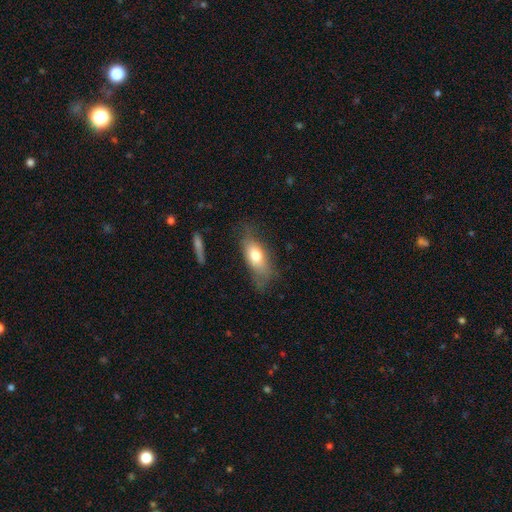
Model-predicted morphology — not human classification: This appears to be a smooth galaxy with no disk features (70%) that is in between round and cigar-shaped (80%). Merging: none (59%).